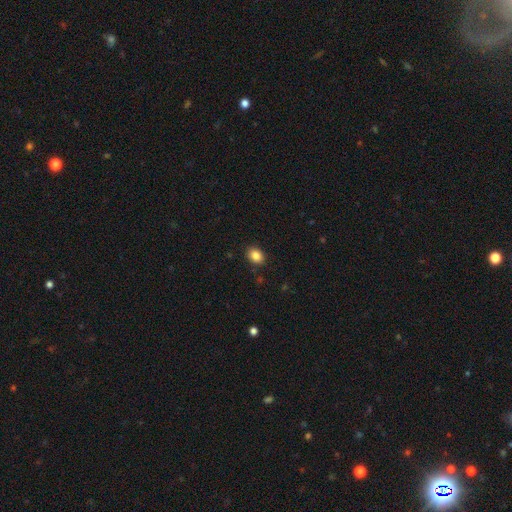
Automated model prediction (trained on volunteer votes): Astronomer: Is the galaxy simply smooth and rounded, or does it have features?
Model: smooth — 85%.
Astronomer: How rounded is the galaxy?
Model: in between — 56% (runner-up: round, 43%).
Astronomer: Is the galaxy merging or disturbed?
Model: none — 89%.